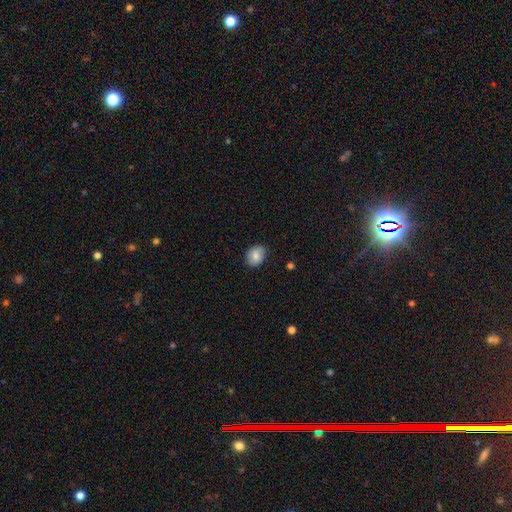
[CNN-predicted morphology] Smooth or featured? smooth (79%)
How rounded? in between (61%)
Merging? none (82%)